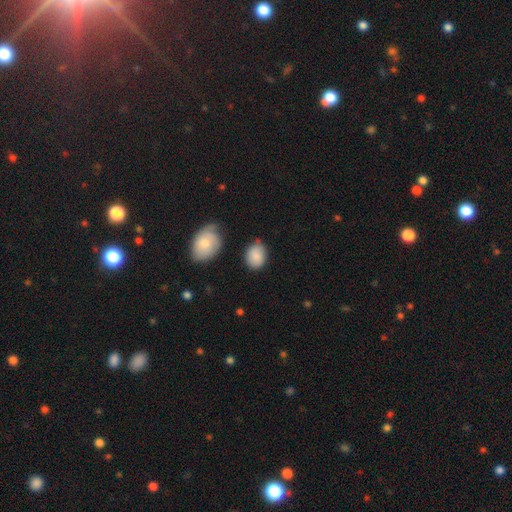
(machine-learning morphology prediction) Smooth or featured?
  - smooth: 87% *
  - star or artifact: 7%
  - featured or disk: 7%
How rounded?
  - in between: 63% *
  - round: 36%
  - cigar-shaped: 1%
Merging?
  - none: 71% *
  - minor disturbance: 21%
  - major disturbance: 4%
  - merger: 4%